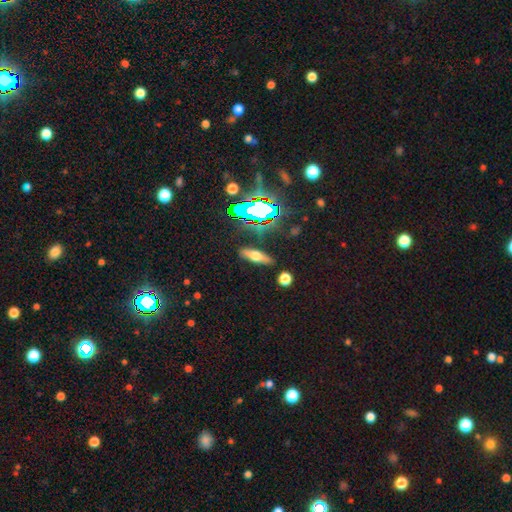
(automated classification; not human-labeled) This is possibly a smooth galaxy (49%). Merging: clearly none (83%).